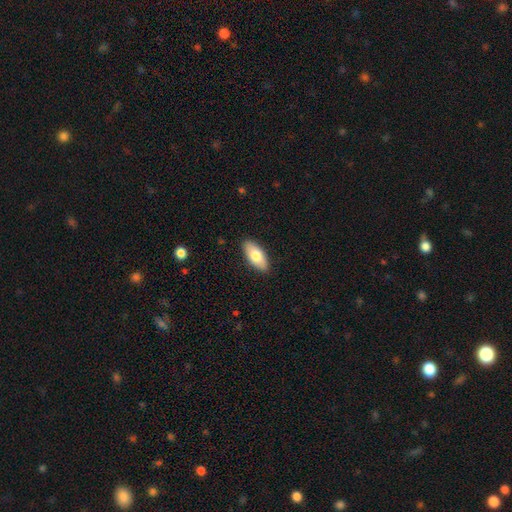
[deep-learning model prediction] Overall: smooth (76%). How rounded: in between (89%). Merging: none (88%).